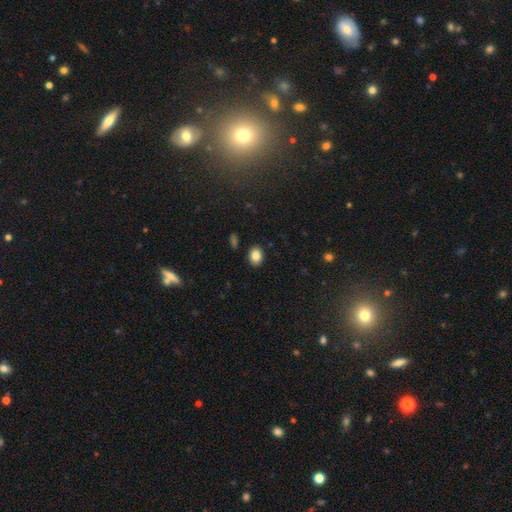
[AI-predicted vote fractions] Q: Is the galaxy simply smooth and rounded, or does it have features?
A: smooth — 85%.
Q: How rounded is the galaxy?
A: in between — 64%.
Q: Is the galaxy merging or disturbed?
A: none — 89%.